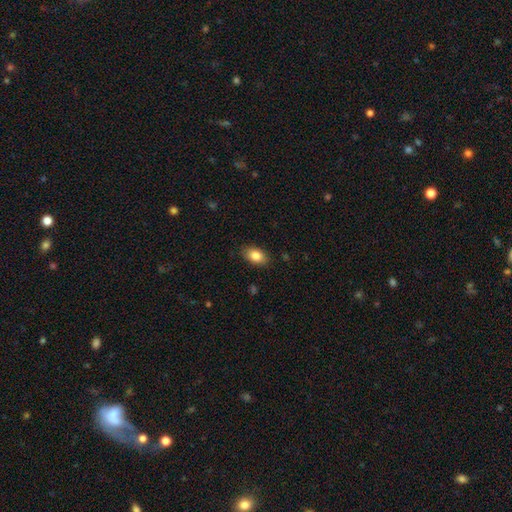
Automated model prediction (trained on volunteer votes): Smooth or featured? Predicted: smooth (p=0.85). How rounded? Predicted: in between (p=0.89). Merging? Predicted: none (p=0.86).